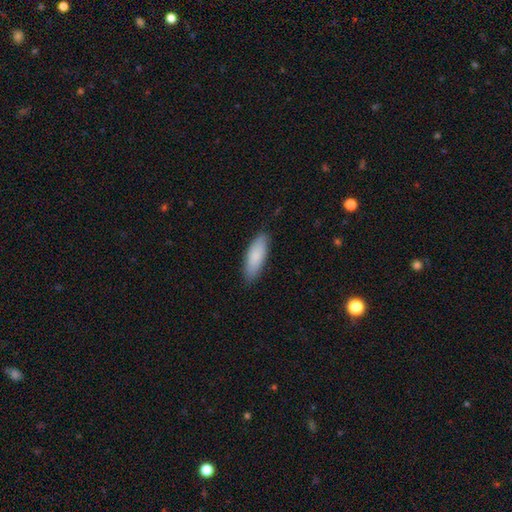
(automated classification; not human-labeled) A smooth galaxy with no disk features (85%) that is in between round and cigar-shaped (63%). Merging: none (86%).